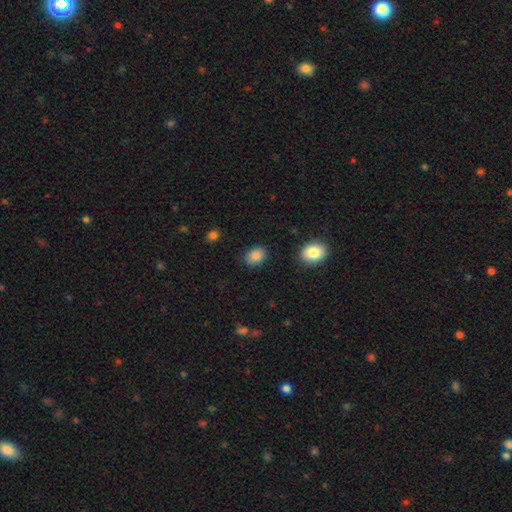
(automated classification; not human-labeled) The model was most divided on "how rounded": in between: 65%, round: 34%, cigar-shaped: 1%. More confident: smooth or featured — smooth (86%); merging — none (85%).